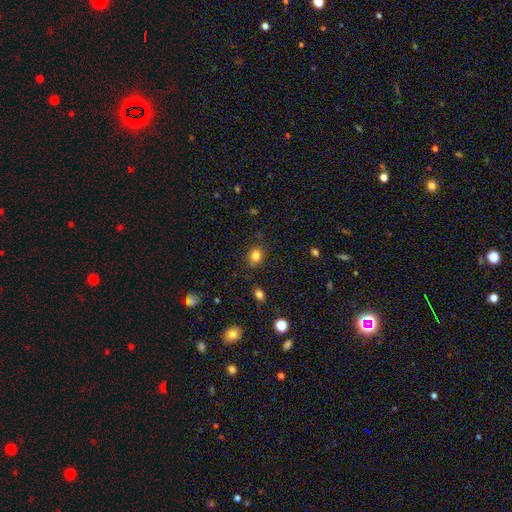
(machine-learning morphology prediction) Overall: smooth (82%). How rounded: round (64%; in between 35%). Merging: none (84%).